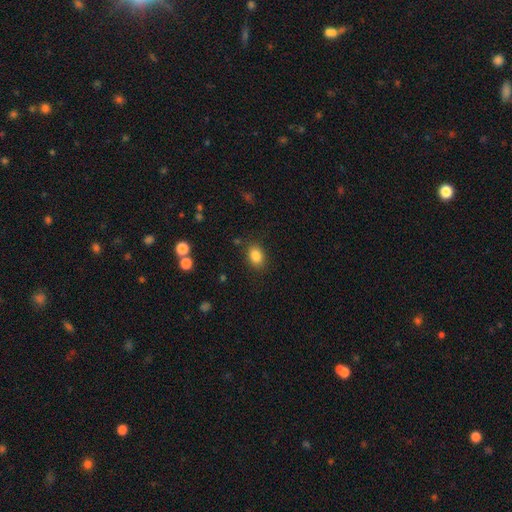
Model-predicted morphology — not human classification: This appears to be a smooth galaxy with no disk features (85%) that is in between round and cigar-shaped (73%). Merging: none (84%).